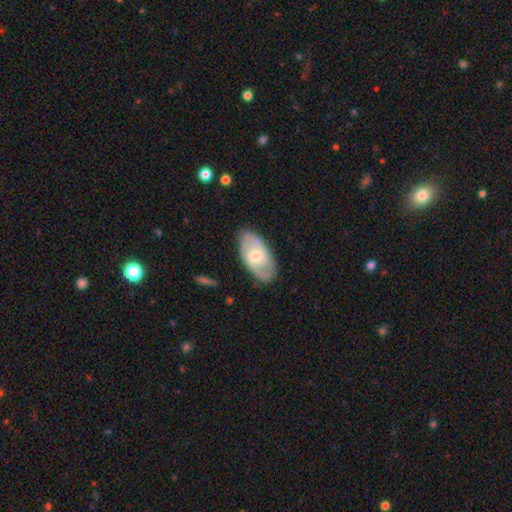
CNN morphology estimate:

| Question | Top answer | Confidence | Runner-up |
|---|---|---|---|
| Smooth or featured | featured or disk | 62% | smooth (32%) |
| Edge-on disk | no | 93% | yes (7%) |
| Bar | weak | 48% | no (42%) |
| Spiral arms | yes | 81% | no (19%) |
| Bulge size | moderate | 52% | small (41%) |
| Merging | none | 81% | minor disturbance (15%) |